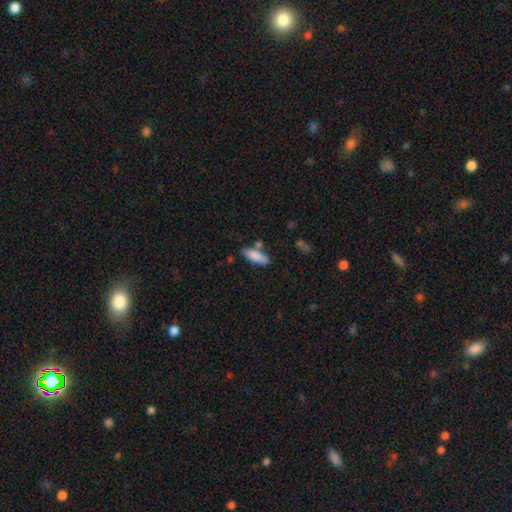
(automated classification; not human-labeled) A smooth galaxy with no disk features (85%) that is in between round and cigar-shaped (55%).

Vote fractions:
- Smooth or featured? smooth: 85% / featured or disk: 9% / star or artifact: 6%
- How rounded? in between: 55% / cigar-shaped: 43% / round: 2%
- Merging? none: 73% / minor disturbance: 14% / merger: 10% / major disturbance: 3%